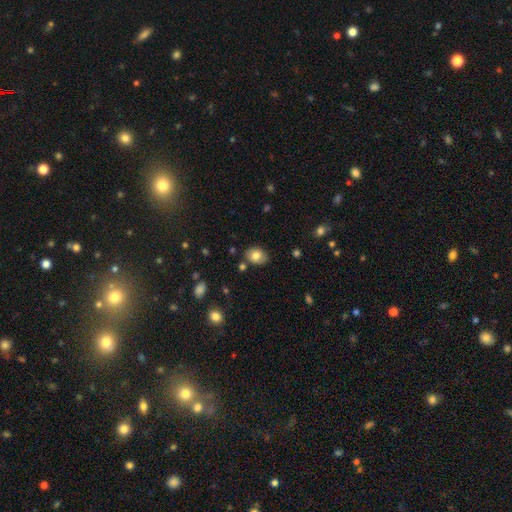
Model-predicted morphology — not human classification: This is likely a smooth galaxy (78%). How rounded: likely in between (70%). Merging: likely none (80%).